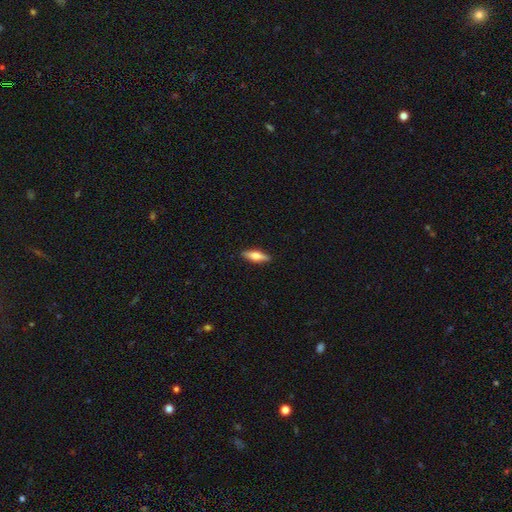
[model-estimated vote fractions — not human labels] Smooth or featured? Predicted: smooth (p=0.55). How rounded? Predicted: cigar-shaped (p=0.53). Merging? Predicted: none (p=0.89).